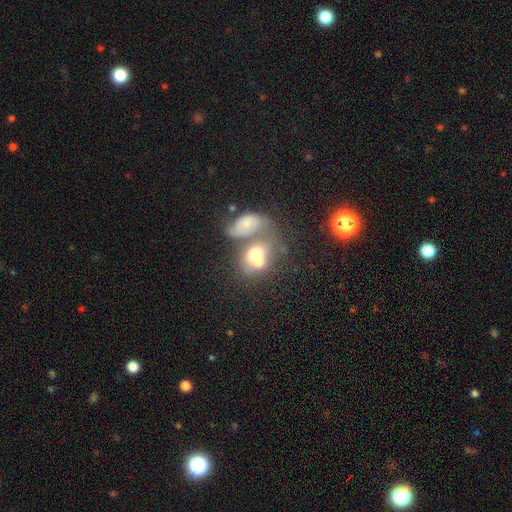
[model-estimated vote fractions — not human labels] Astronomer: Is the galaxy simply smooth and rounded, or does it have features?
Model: smooth — 56% (runner-up: featured or disk, 33%).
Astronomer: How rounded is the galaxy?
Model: in between — 65%.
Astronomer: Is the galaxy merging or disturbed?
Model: merger — 68%.